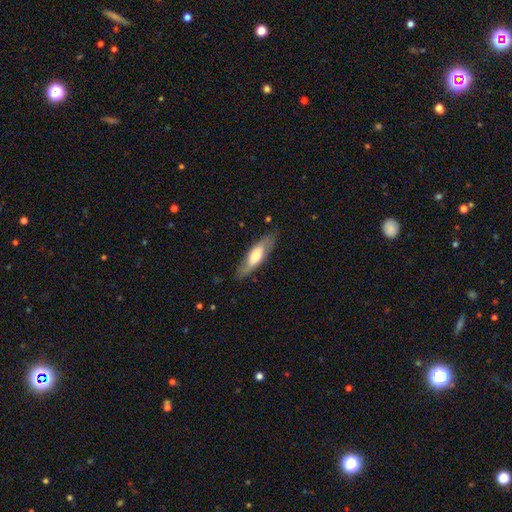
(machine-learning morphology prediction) A smooth galaxy with no disk features (56%) that is cigar-shaped (50%).

Vote fractions:
- Smooth or featured? smooth: 56% / featured or disk: 38% / star or artifact: 5%
- How rounded? cigar-shaped: 50% / in between: 48% / round: 2%
- Merging? none: 81% / minor disturbance: 14% / major disturbance: 4% / merger: 1%